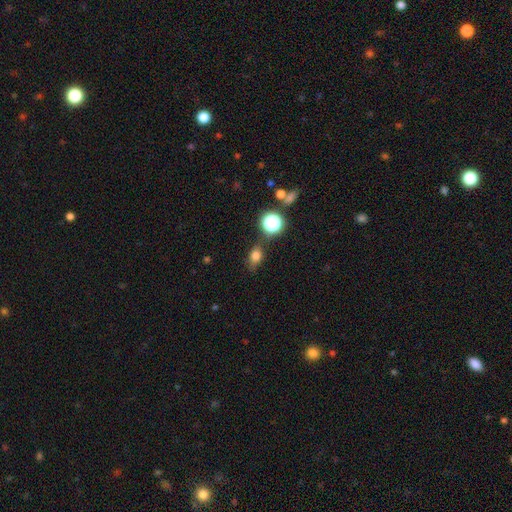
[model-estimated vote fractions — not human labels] smooth 72%, star or artifact 17%, featured or disk 11%. Down the decision tree: how rounded — in between (65%); merging — none (71%).